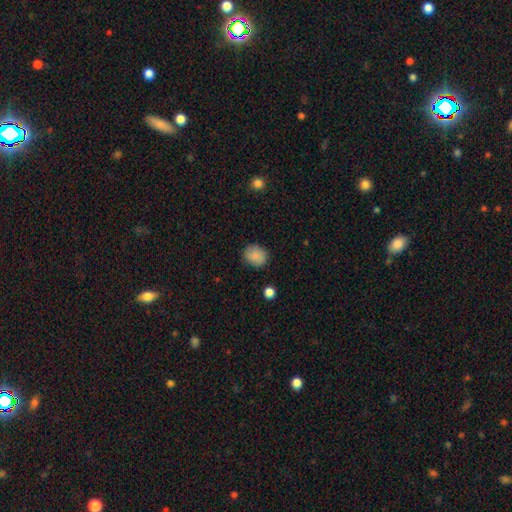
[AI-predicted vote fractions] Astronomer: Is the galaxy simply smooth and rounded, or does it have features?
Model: smooth — 87%.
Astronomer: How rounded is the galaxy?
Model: round — 68%.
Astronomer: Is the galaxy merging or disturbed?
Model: none — 85%.